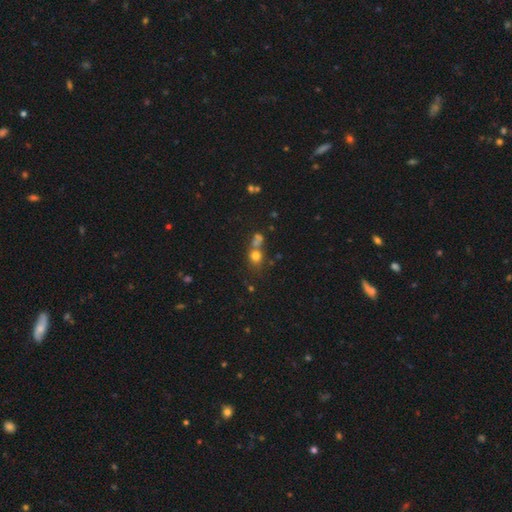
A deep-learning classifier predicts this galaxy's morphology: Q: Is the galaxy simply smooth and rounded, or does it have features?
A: smooth — 71%.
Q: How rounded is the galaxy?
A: round — 77%.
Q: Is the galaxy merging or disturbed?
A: none — 46%.